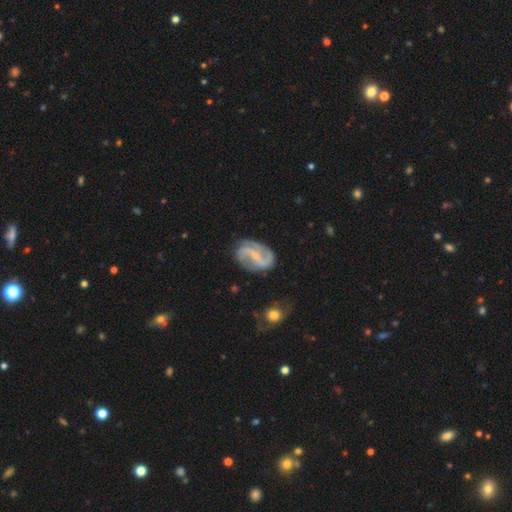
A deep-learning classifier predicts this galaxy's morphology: Smooth or featured: featured or disk — 86% (smooth — 9%)
Edge-on disk: no — 97% (yes — 3%)
Bar: strong — 42% (weak — 39%)
Spiral arms: yes — 94% (no — 6%)
Spiral winding: loose — 46% (medium — 38%)
Spiral arm count: 2 — 88% (can't tell — 5%)
Bulge size: small — 69% (moderate — 18%)
Merging: none — 76% (minor disturbance — 16%)